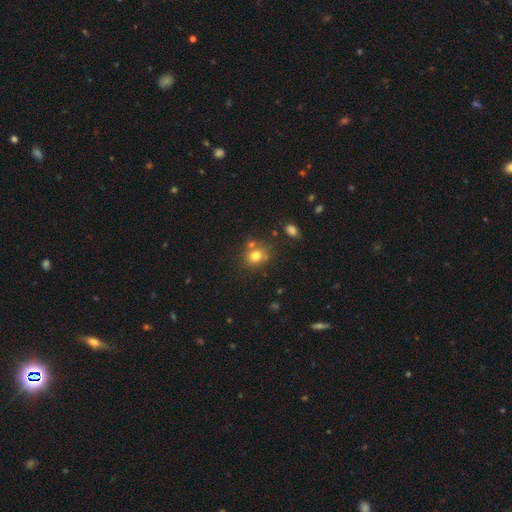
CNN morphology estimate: This is likely a smooth galaxy (77%). How rounded: likely round (69%). Merging: likely none (65%).